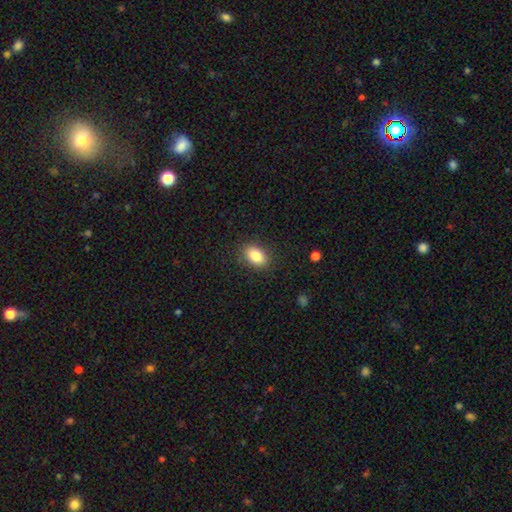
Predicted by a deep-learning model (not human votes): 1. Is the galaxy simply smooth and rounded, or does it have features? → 84% smooth, 8% star or artifact, 8% featured or disk.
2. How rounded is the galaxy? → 85% in between, 13% round, 2% cigar-shaped.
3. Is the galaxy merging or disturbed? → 87% none, 9% minor disturbance, 3% major disturbance, 1% merger.